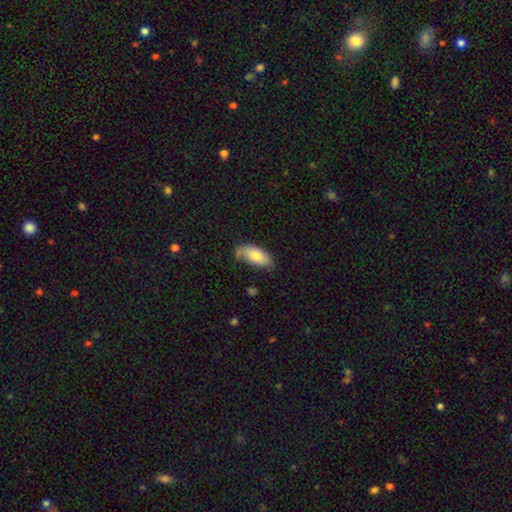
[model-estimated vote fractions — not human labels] This is likely a smooth galaxy (77%). How rounded: clearly in between (91%). Merging: likely none (61%).